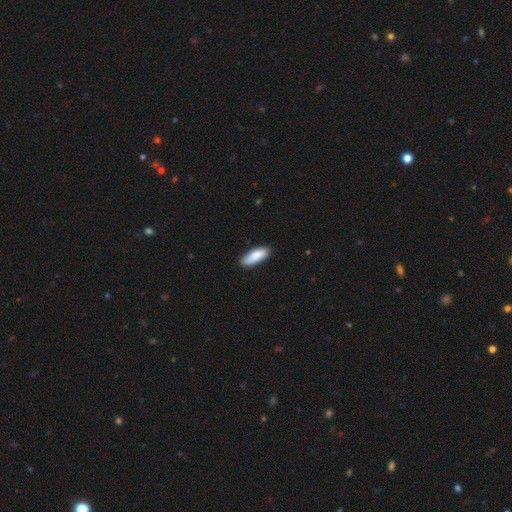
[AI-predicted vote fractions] Overall: smooth (85%). How rounded: in between (63%; cigar-shaped 36%). Merging: none (85%).